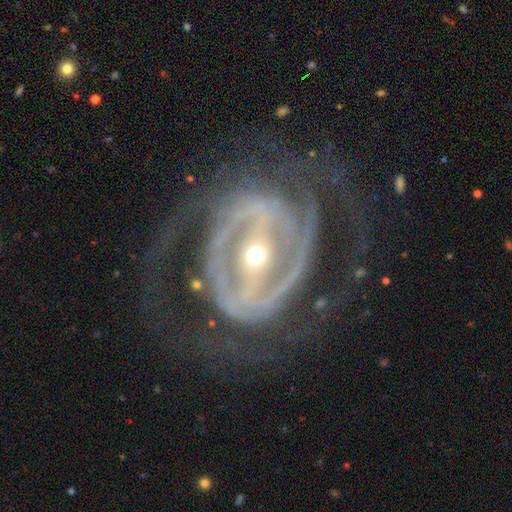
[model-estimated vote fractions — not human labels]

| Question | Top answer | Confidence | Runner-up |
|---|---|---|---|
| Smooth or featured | featured or disk | 90% | star or artifact (5%) |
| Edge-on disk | no | 95% | yes (5%) |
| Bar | strong | 73% | weak (20%) |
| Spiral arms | yes | 87% | no (13%) |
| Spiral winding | tight | 46% | medium (39%) |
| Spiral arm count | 2 | 60% | can't tell (17%) |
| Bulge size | moderate | 50% | small (46%) |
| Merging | none | 62% | major disturbance (22%) |